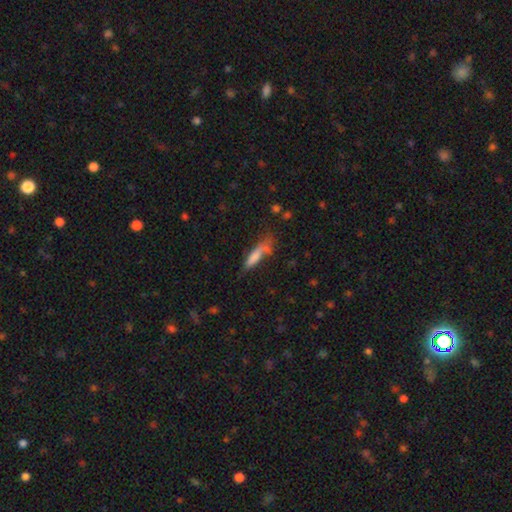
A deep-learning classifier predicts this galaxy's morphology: smooth_or_featured: smooth (p=0.74) [alt: featured or disk p=0.18]
how_rounded: cigar-shaped (p=0.72) [alt: in between p=0.26]
merging: none (p=0.47) [alt: minor disturbance p=0.27]